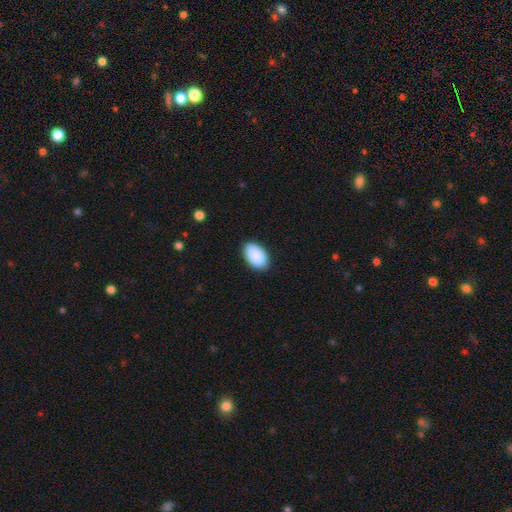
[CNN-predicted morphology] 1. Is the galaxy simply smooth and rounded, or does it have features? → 91% smooth, 6% star or artifact, 3% featured or disk.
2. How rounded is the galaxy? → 93% in between, 6% round, 1% cigar-shaped.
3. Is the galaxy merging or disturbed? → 87% none, 10% minor disturbance, 2% major disturbance, 1% merger.